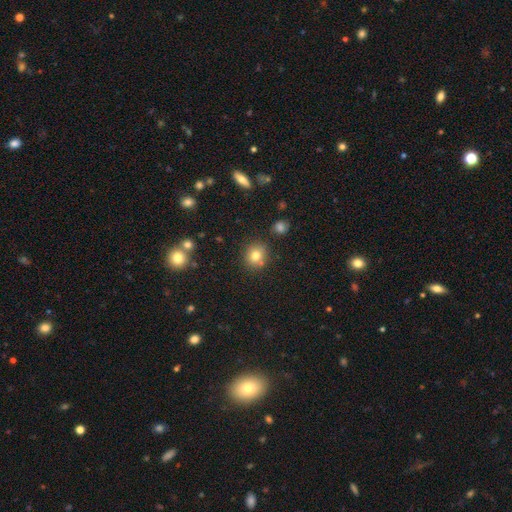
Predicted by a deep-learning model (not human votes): smooth 77%, star or artifact 14%, featured or disk 9%. Down the decision tree: how rounded — round (81%); merging — none (77%).